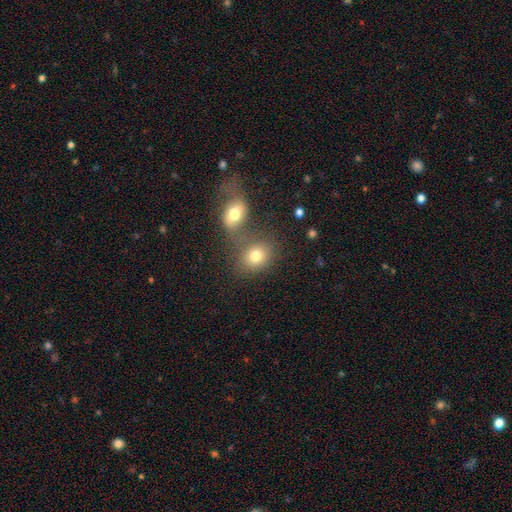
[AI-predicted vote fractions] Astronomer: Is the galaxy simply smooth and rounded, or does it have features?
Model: smooth — 77%.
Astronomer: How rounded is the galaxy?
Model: round — 58% (runner-up: in between, 41%).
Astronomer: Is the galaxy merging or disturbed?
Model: none — 48% (runner-up: merger, 38%).